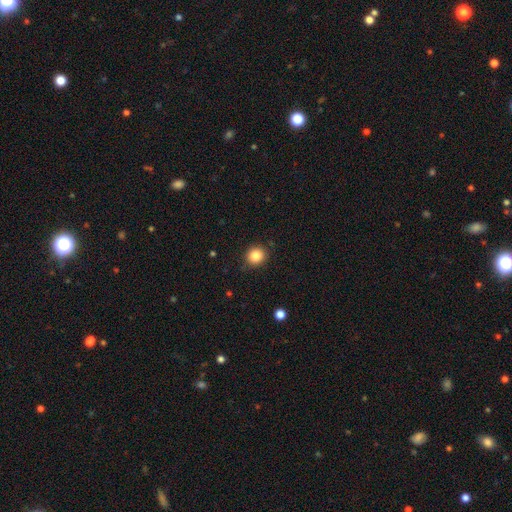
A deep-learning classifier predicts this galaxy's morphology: Smooth or featured?
  - smooth: 85% *
  - star or artifact: 10%
  - featured or disk: 5%
How rounded?
  - round: 85% *
  - in between: 14%
  - cigar-shaped: 1%
Merging?
  - none: 88% *
  - minor disturbance: 9%
  - major disturbance: 2%
  - merger: 1%